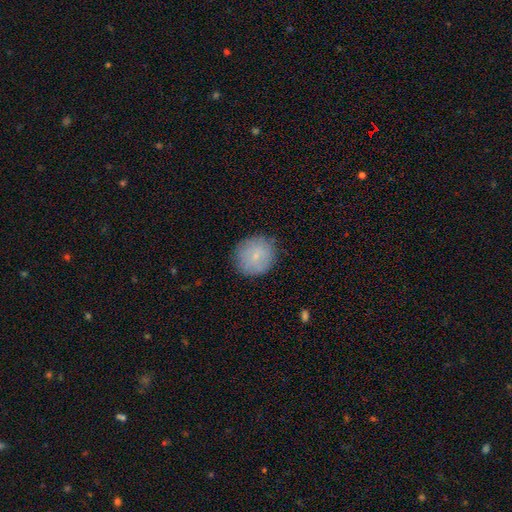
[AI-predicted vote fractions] The model was most divided on "smooth or featured": smooth: 77%, featured or disk: 16%, star or artifact: 8%. More confident: how rounded — round (87%); merging — none (83%).